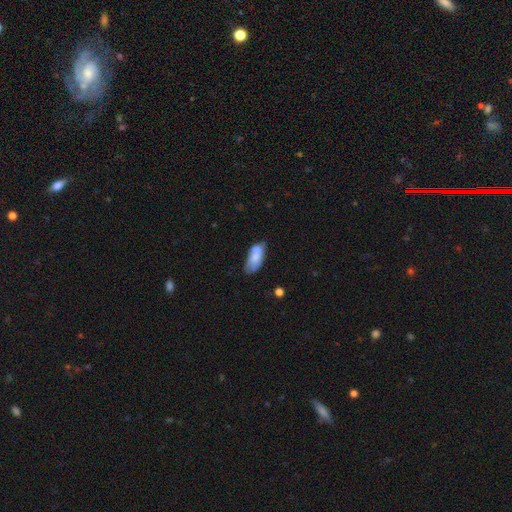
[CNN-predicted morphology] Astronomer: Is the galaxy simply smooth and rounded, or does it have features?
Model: smooth — 68%.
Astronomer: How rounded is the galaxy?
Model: in between — 88%.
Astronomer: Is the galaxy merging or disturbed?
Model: none — 53% (runner-up: minor disturbance, 33%).